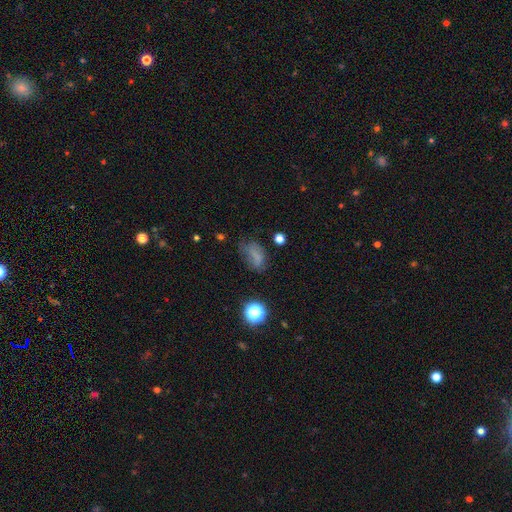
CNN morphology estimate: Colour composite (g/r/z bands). It shows a smooth galaxy with no disk features (63%) that is in between round and cigar-shaped (79%). Merging: none (50%).